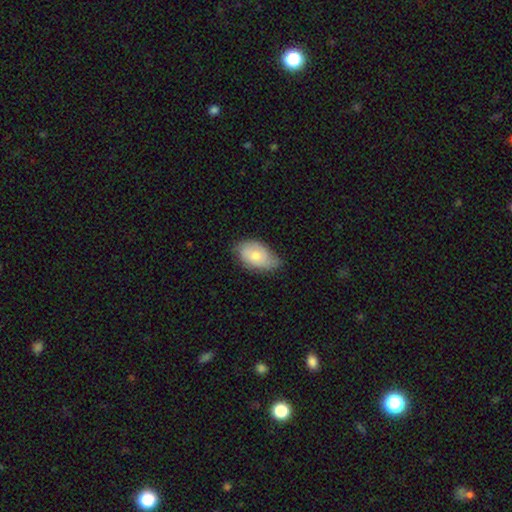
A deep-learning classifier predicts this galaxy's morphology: Overall: smooth (71%). How rounded: in between (92%). Merging: none (57%; minor disturbance 36%).